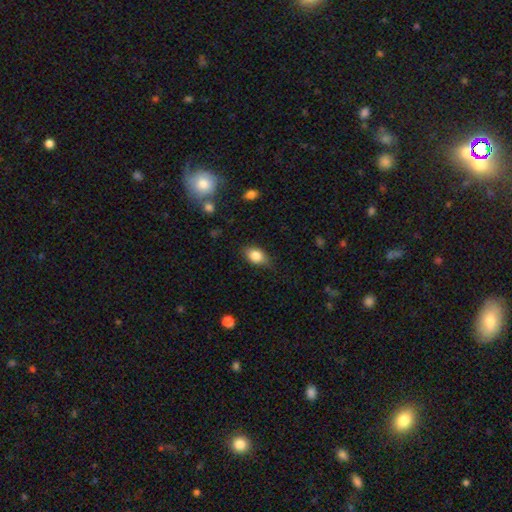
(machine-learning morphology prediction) Q: Smooth or featured?
A: smooth (83%); runner-up: featured or disk (9%)
Q: How rounded?
A: in between (83%); runner-up: round (14%)
Q: Merging?
A: none (78%); runner-up: minor disturbance (17%)